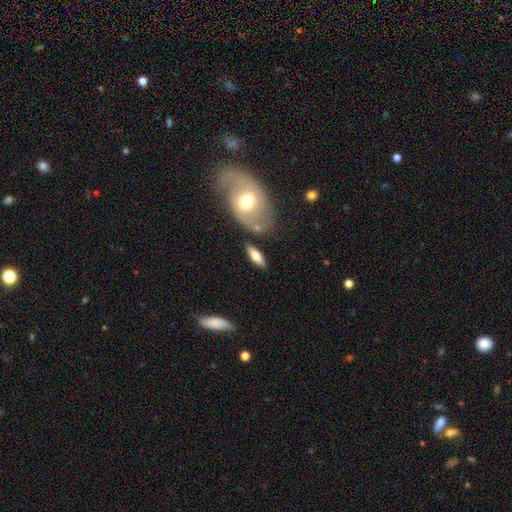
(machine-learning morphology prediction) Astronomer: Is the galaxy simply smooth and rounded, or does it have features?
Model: smooth — 64%.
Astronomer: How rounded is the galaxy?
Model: in between — 63%.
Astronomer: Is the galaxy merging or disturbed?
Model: none — 73%.